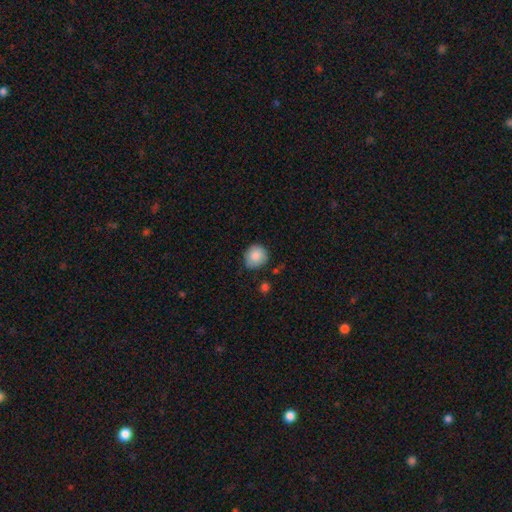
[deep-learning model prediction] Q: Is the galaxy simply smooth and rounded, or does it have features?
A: smooth — 87%.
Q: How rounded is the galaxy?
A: round — 84%.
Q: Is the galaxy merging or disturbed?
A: none — 75%.